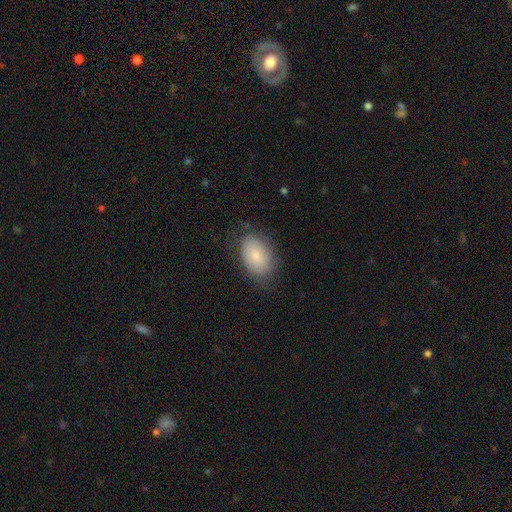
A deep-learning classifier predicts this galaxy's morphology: smooth 78%, featured or disk 15%, star or artifact 7%. Down the decision tree: how rounded — in between (89%); merging — none (75%).